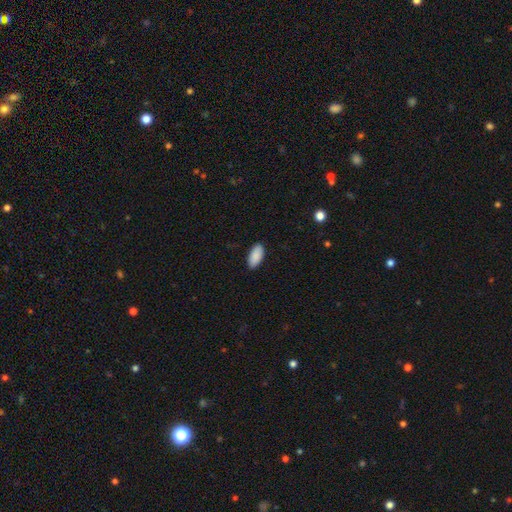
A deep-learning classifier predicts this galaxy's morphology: This appears to be a smooth galaxy with no disk features (90%) that is in between round and cigar-shaped (93%). Merging: none (89%).